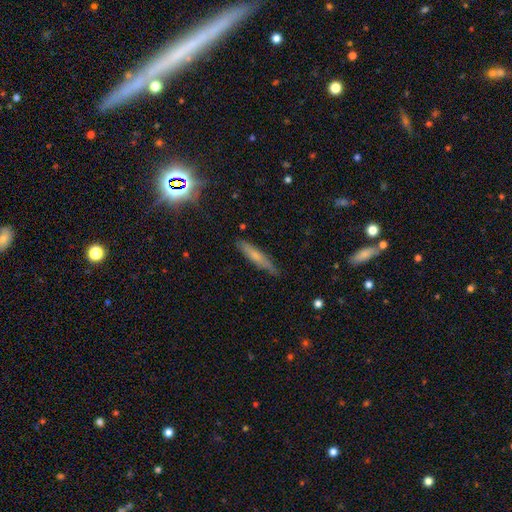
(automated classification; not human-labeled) Smooth or featured? Predicted: smooth (p=0.57). How rounded? Predicted: cigar-shaped (p=0.90). Merging? Predicted: none (p=0.81).